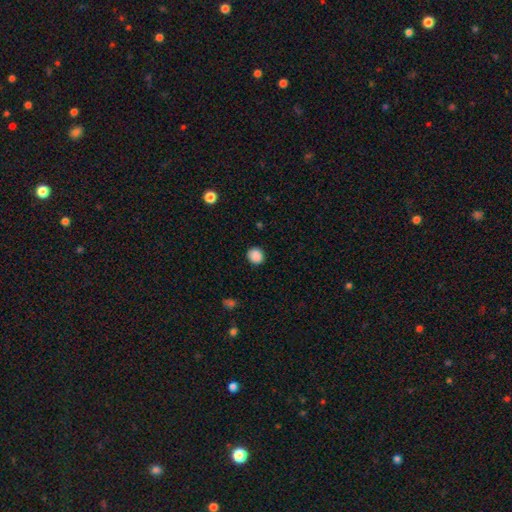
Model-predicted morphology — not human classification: The model was most divided on "how rounded": round: 82%, in between: 17%, cigar-shaped: 1%. More confident: smooth or featured — smooth (87%); merging — none (86%).